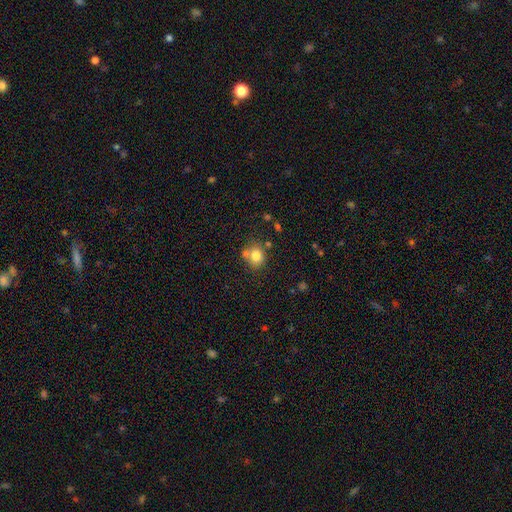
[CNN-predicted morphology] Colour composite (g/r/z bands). It shows a smooth galaxy with no disk features (78%) that is round (69%). Merging: none (62%).